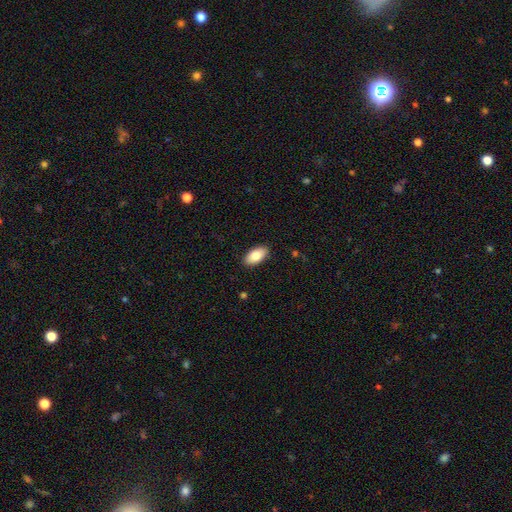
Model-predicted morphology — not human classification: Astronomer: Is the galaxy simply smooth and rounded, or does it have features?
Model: smooth — 81%.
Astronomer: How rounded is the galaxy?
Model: in between — 93%.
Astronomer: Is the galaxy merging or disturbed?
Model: none — 90%.